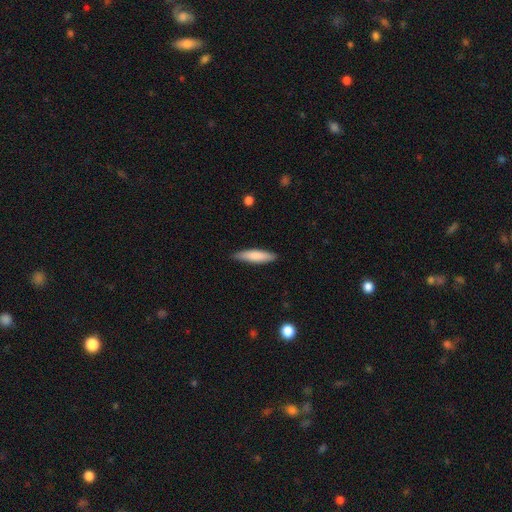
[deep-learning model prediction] Smooth or featured? Predicted: smooth (p=0.79). How rounded? Predicted: cigar-shaped (p=0.76). Merging? Predicted: none (p=0.86).